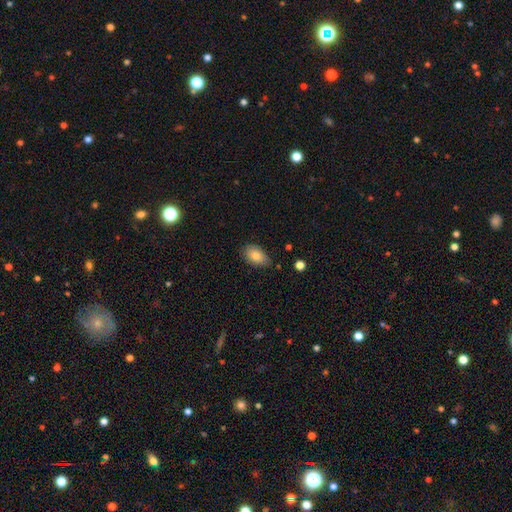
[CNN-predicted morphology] The model was most divided on "merging": none: 76%, minor disturbance: 20%, major disturbance: 3%, merger: 2%. More confident: how rounded — in between (90%); smooth or featured — smooth (81%).